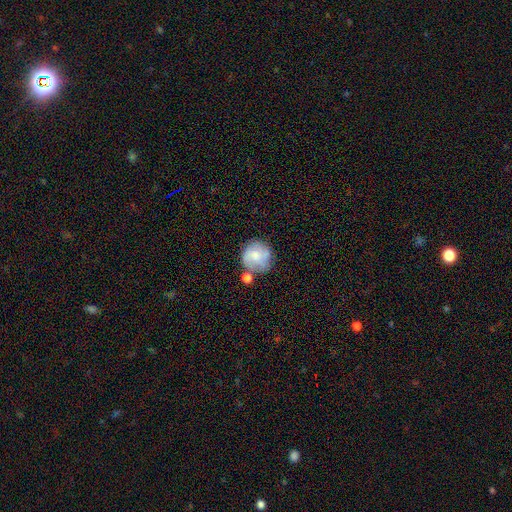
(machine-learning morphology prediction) Overall: smooth (54%; featured or disk 38%). How rounded: round (90%). Merging: none (59%).